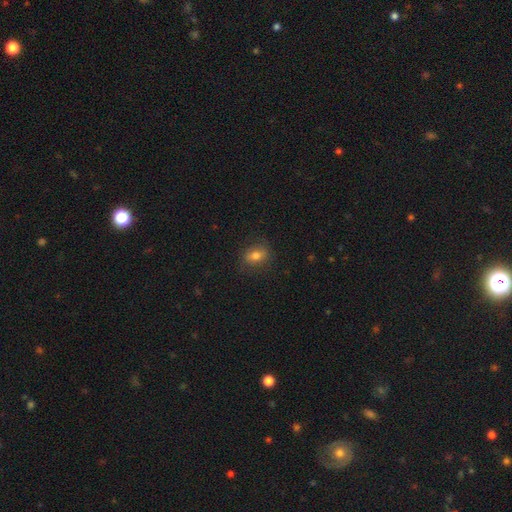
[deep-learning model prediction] smooth_or_featured: smooth (p=0.77) [alt: featured or disk p=0.13]
how_rounded: in between (p=0.65) [alt: round p=0.33]
merging: none (p=0.80) [alt: minor disturbance p=0.14]